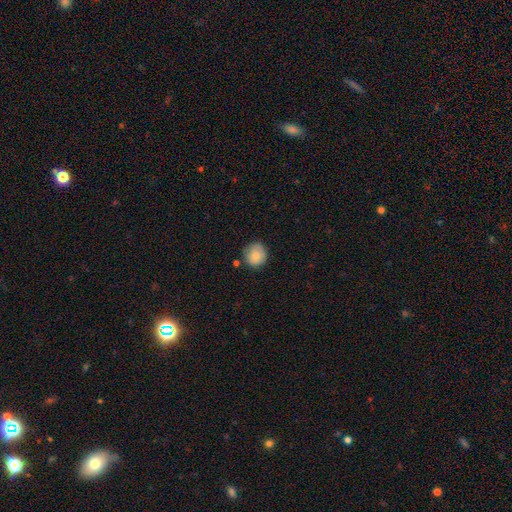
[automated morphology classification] Smooth or featured?
  - smooth: 84% *
  - featured or disk: 8%
  - star or artifact: 7%
How rounded?
  - round: 90% *
  - in between: 9%
  - cigar-shaped: 1%
Merging?
  - none: 78% *
  - minor disturbance: 16%
  - merger: 3%
  - major disturbance: 3%